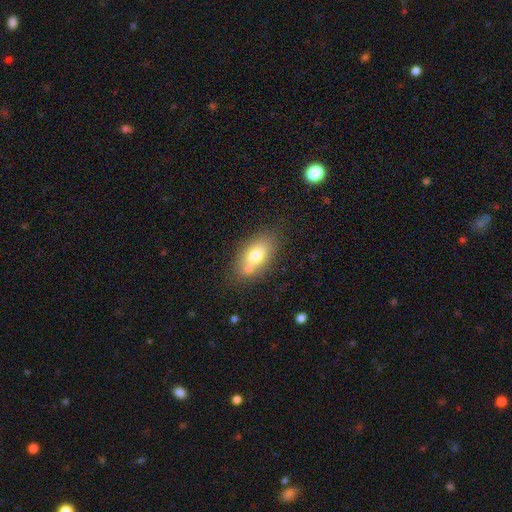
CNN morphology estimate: Smooth or featured? smooth (72%)
How rounded? in between (87%)
Merging? none (57%)